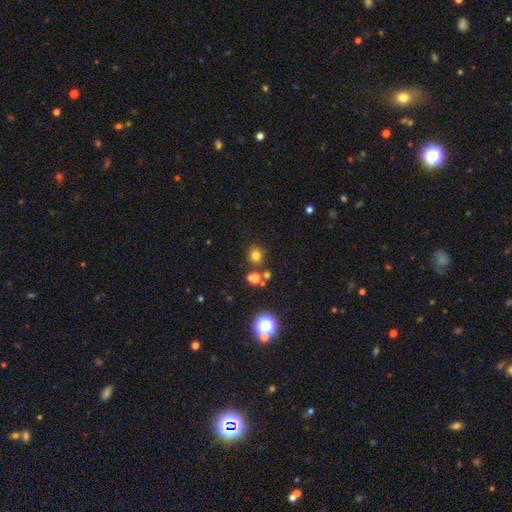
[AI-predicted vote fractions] Smooth or featured? smooth (75%)
How rounded? round (88%)
Merging? none (77%)